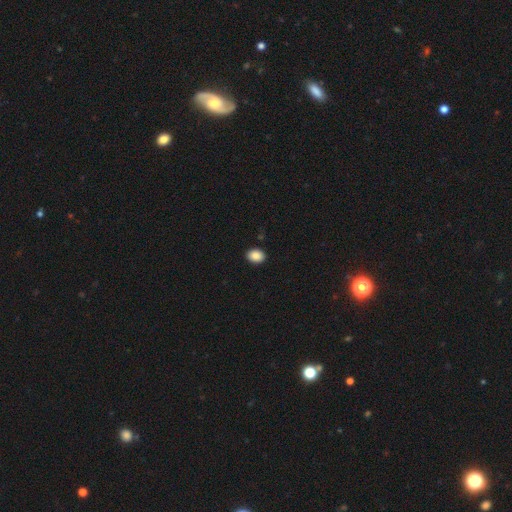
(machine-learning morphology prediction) Q: Smooth or featured?
A: smooth (89%); runner-up: star or artifact (8%)
Q: How rounded?
A: in between (65%); runner-up: round (34%)
Q: Merging?
A: none (91%); runner-up: minor disturbance (6%)